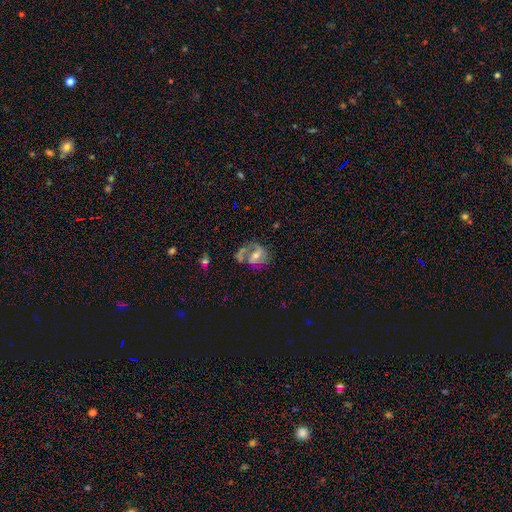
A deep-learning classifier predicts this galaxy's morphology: A featured or disk galaxy (66%) with a weak bar (43%), spiral arms (72%) and a moderate central bulge (55%). Merging: none (48%).